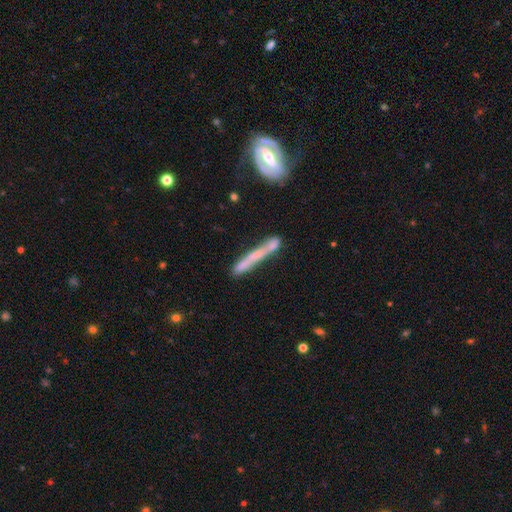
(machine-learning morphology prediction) smooth-or-featured: smooth: 48% | featured or disk: 45% | star or artifact: 7%
  merging: none: 56% | minor disturbance: 20% | merger: 15% | major disturbance: 8%